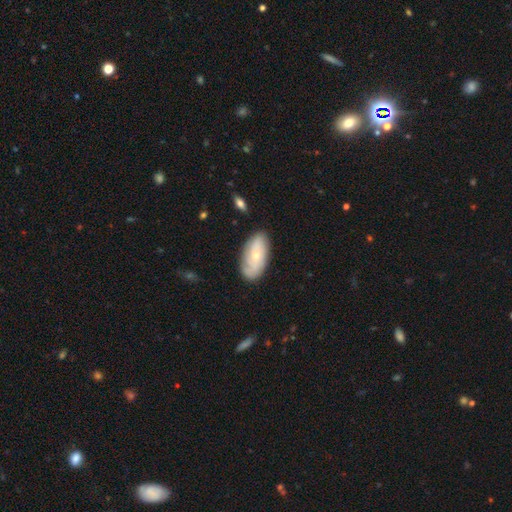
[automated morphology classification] Overall: featured or disk (51%; smooth 42%). Edge-on disk: no (90%). Merging: none (79%).